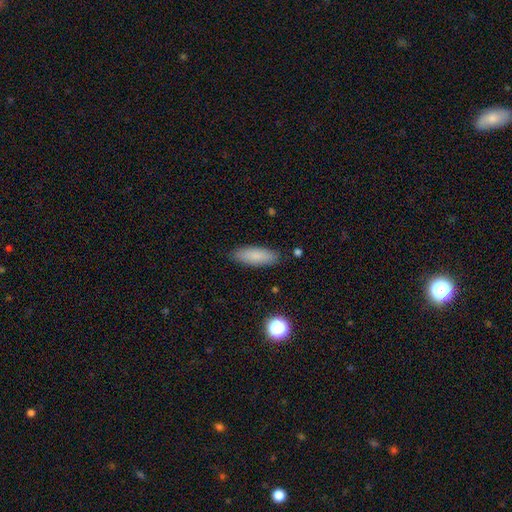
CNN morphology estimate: Smooth or featured?
  - smooth: 83% *
  - featured or disk: 9%
  - star or artifact: 8%
How rounded?
  - in between: 61% *
  - cigar-shaped: 37%
  - round: 2%
Merging?
  - none: 87% *
  - minor disturbance: 10%
  - major disturbance: 2%
  - merger: 1%